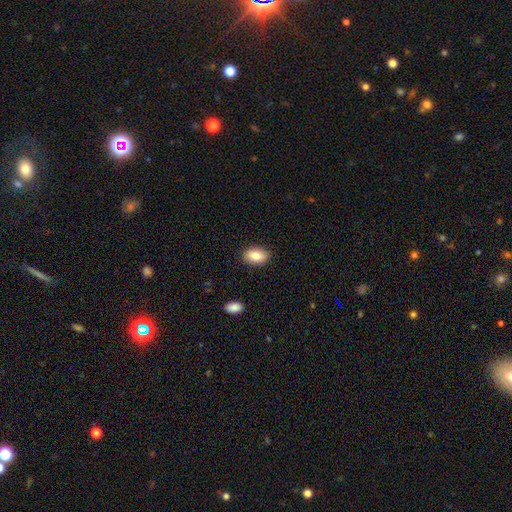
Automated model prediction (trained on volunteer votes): This is clearly a smooth galaxy (83%). How rounded: clearly in between (87%). Merging: clearly none (87%).